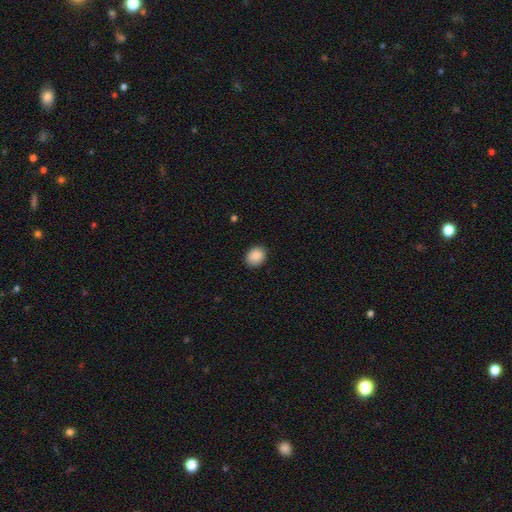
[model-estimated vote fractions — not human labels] Overall: smooth (89%). How rounded: in between (52%; round 47%). Merging: none (87%).